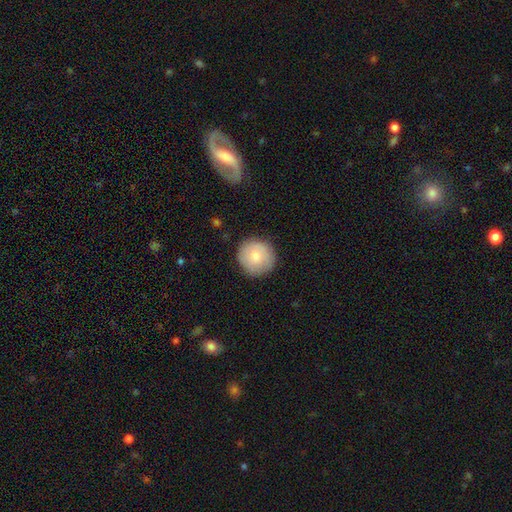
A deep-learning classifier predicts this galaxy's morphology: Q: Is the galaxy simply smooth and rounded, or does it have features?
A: smooth — 77%.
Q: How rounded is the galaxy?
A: round — 94%.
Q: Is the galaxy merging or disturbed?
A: none — 85%.